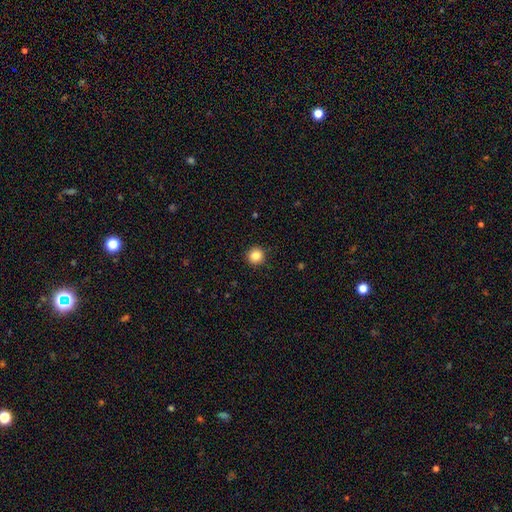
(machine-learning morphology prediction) The model was most divided on "smooth or featured": smooth: 84%, star or artifact: 11%, featured or disk: 5%. More confident: how rounded — round (96%); merging — none (93%).